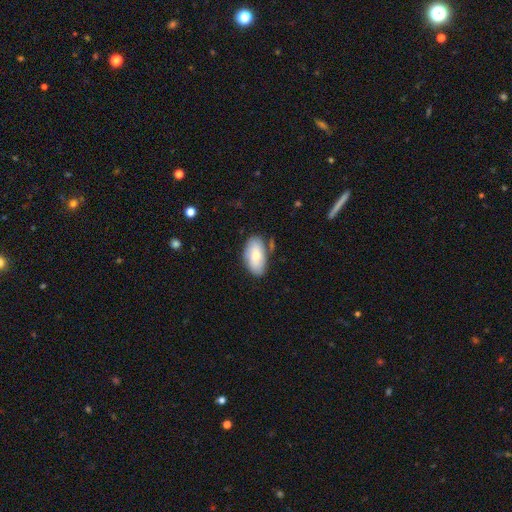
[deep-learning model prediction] The model was most divided on "smooth or featured": smooth: 69%, featured or disk: 24%, star or artifact: 6%. More confident: how rounded — in between (94%); merging — none (73%).